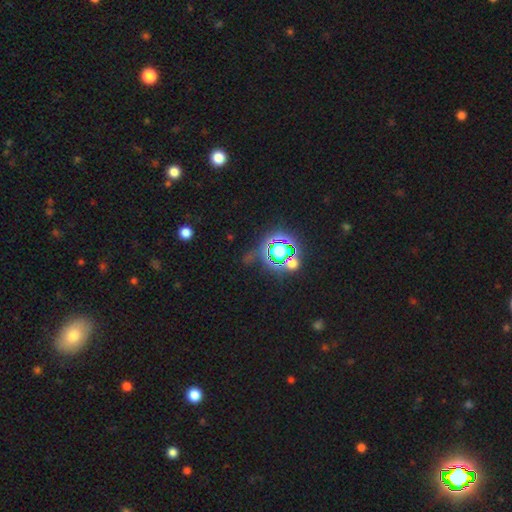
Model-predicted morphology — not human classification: A star or artifact, not a galaxy (79%).

Vote fractions:
- Smooth or featured? star or artifact: 79% / smooth: 14% / featured or disk: 8%